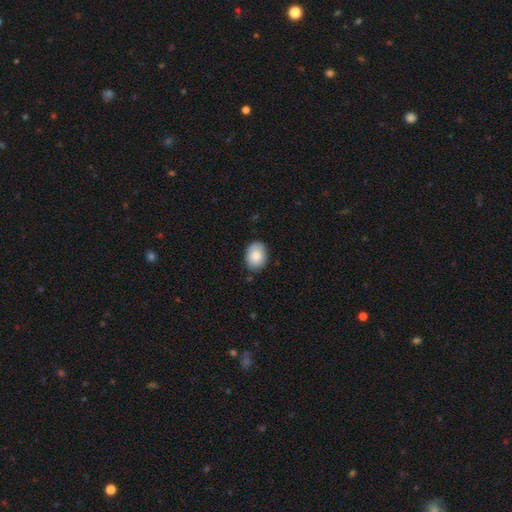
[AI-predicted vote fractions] smooth-or-featured: smooth: 84% | featured or disk: 9% | star or artifact: 7%
  how-rounded: in between: 72% | round: 27% | cigar-shaped: 1%
  merging: none: 80% | minor disturbance: 16% | major disturbance: 3% | merger: 1%